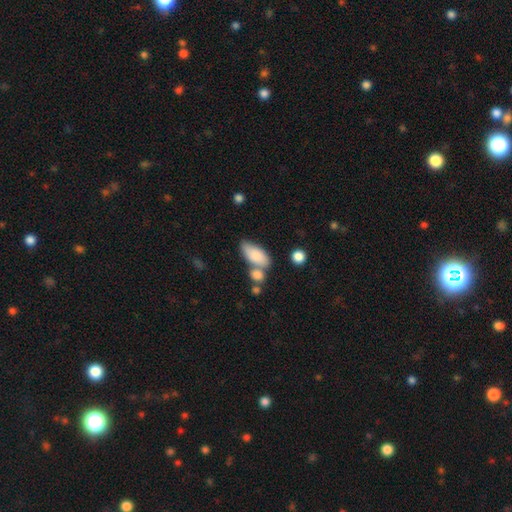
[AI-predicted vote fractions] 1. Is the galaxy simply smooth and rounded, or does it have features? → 81% smooth, 12% featured or disk, 6% star or artifact.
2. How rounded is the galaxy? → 88% in between, 9% cigar-shaped, 3% round.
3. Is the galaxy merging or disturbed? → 44% none, 33% merger, 17% minor disturbance, 6% major disturbance.